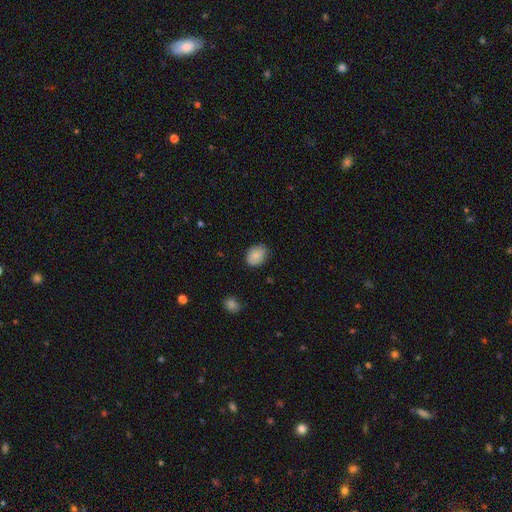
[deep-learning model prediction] A smooth galaxy with no disk features (87%) that is in between round and cigar-shaped (64%).

Vote fractions:
- Smooth or featured? smooth: 87% / star or artifact: 7% / featured or disk: 5%
- How rounded? in between: 64% / round: 35% / cigar-shaped: 1%
- Merging? none: 78% / minor disturbance: 18% / major disturbance: 3% / merger: 1%